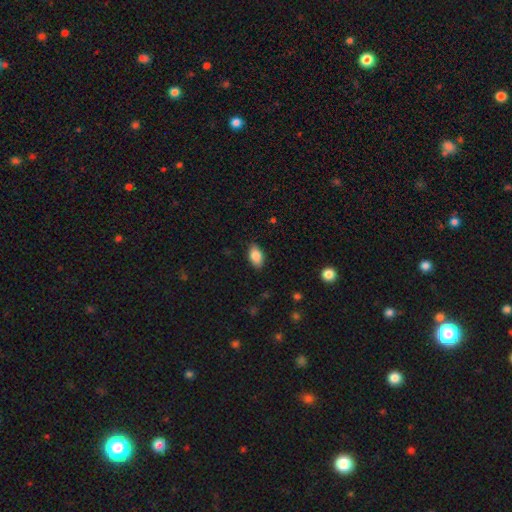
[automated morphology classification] A smooth galaxy with no disk features (86%) that is in between round and cigar-shaped (92%). Merging: none (86%).